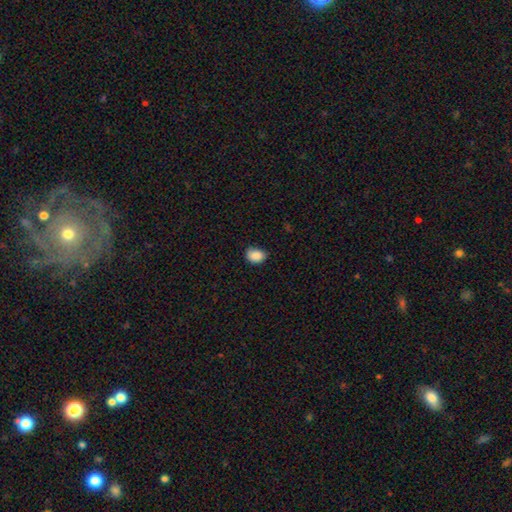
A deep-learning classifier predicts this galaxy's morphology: smooth-or-featured: smooth: 88% | star or artifact: 9% | featured or disk: 3%
  how-rounded: in between: 72% | round: 27% | cigar-shaped: 1%
  merging: none: 72% | minor disturbance: 24% | major disturbance: 3% | merger: 1%